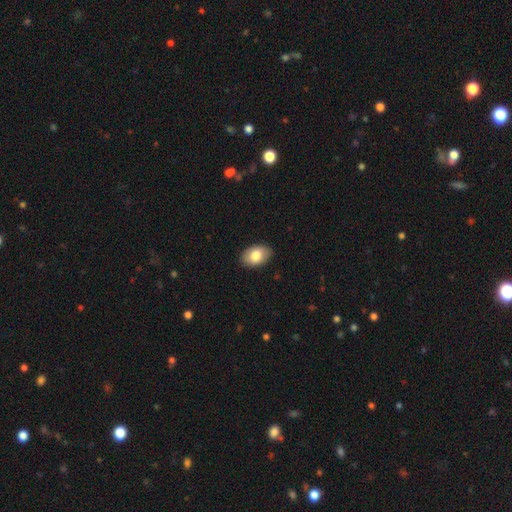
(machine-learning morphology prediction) This is clearly a smooth galaxy (82%). How rounded: clearly in between (88%). Merging: clearly none (88%).